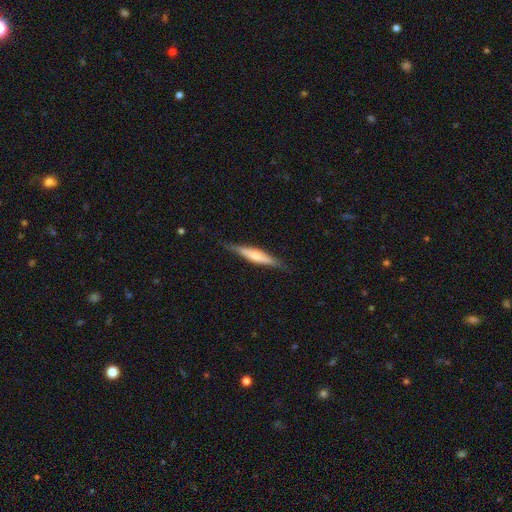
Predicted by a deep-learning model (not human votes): The model was most divided on "smooth or featured": featured or disk: 55%, smooth: 39%, star or artifact: 6%. More confident: edge-on disk — yes (95%); merging — none (85%); edge-on bulge — rounded (64%).